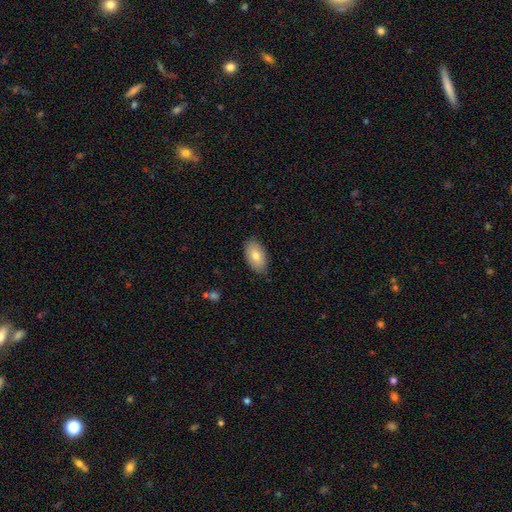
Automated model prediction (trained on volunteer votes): Overall: smooth (77%). How rounded: in between (94%). Merging: none (85%).